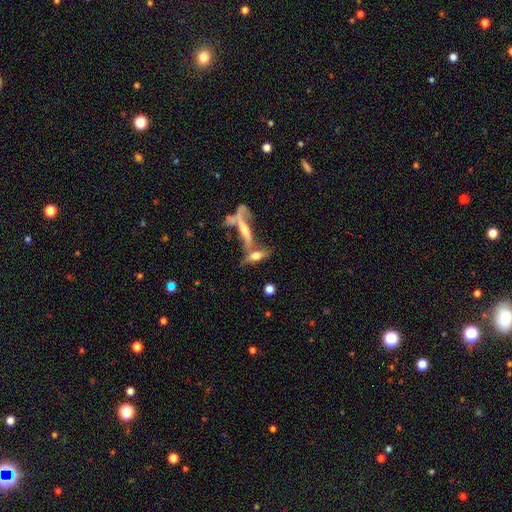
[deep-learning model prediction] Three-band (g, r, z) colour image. It shows a featured or disk galaxy (47%). Merging: merger (47%).